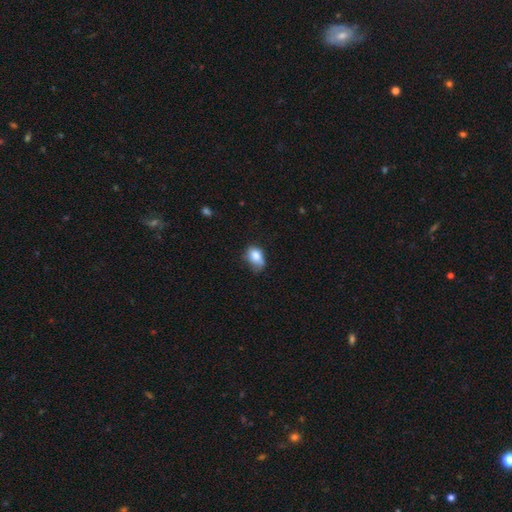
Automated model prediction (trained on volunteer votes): Overall: smooth (77%). How rounded: in between (73%). Merging: minor disturbance (42%; none 39%).